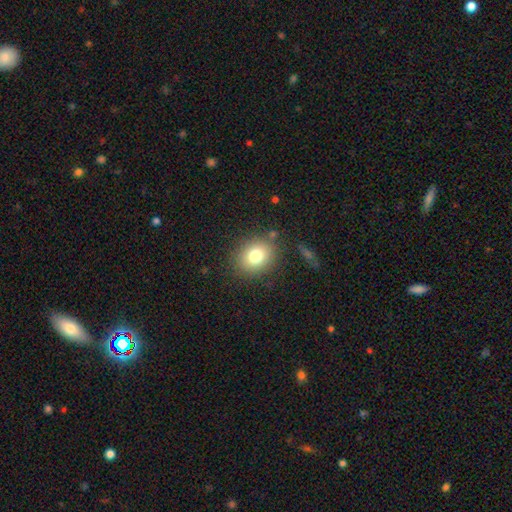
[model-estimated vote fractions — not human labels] A smooth galaxy with no disk features (78%) that is round (65%). Merging: none (83%).